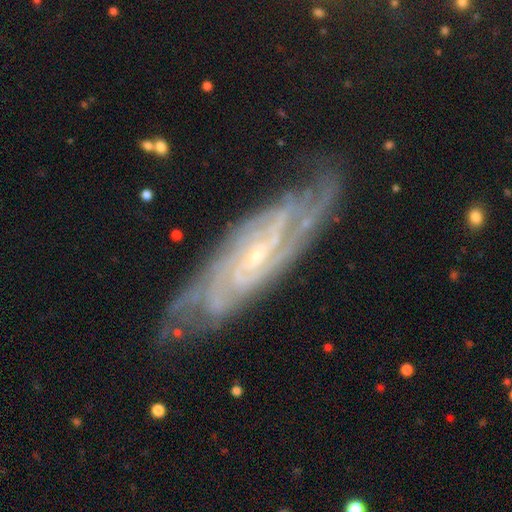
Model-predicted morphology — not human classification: Smooth or featured: featured or disk — 88% (star or artifact — 6%)
Edge-on disk: no — 85% (yes — 15%)
Bar: weak — 43% (no — 37%)
Spiral arms: yes — 97% (no — 3%)
Spiral winding: tight — 57% (medium — 36%)
Spiral arm count: 2 — 30% (can't tell — 27%)
Bulge size: small — 78% (moderate — 17%)
Merging: none — 75% (minor disturbance — 17%)